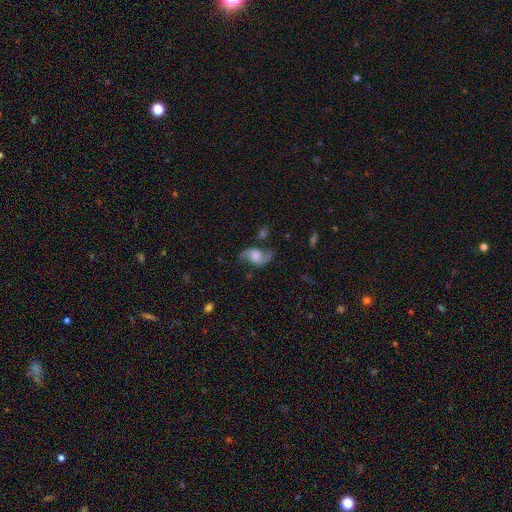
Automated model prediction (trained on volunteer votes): Smooth or featured? Predicted: featured or disk (p=0.73). Edge-on disk? Predicted: no (p=0.96). Bar? Predicted: no (p=0.62). Spiral arms? Predicted: yes (p=0.93). Spiral winding? Predicted: loose (p=0.68). Spiral arm count? Predicted: 2 (p=0.91). Bulge size? Predicted: large (p=0.29). Merging? Predicted: none (p=0.64).